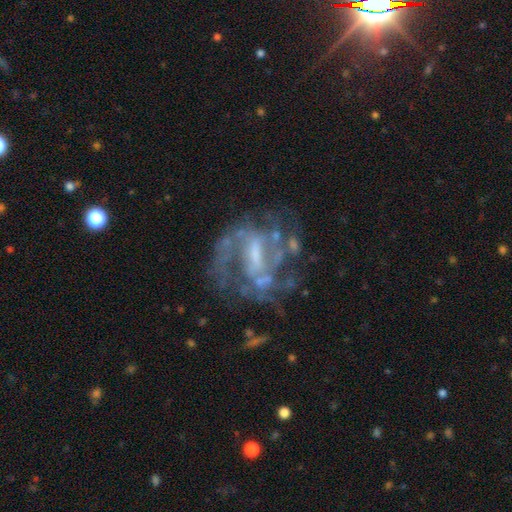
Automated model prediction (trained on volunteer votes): Smooth or featured? Predicted: featured or disk (p=0.85). Edge-on disk? Predicted: no (p=0.97). Bar? Predicted: weak (p=0.44). Spiral arms? Predicted: yes (p=0.86). Spiral winding? Predicted: medium (p=0.49). Spiral arm count? Predicted: 2 (p=0.42). Bulge size? Predicted: small (p=0.36). Merging? Predicted: none (p=0.58).